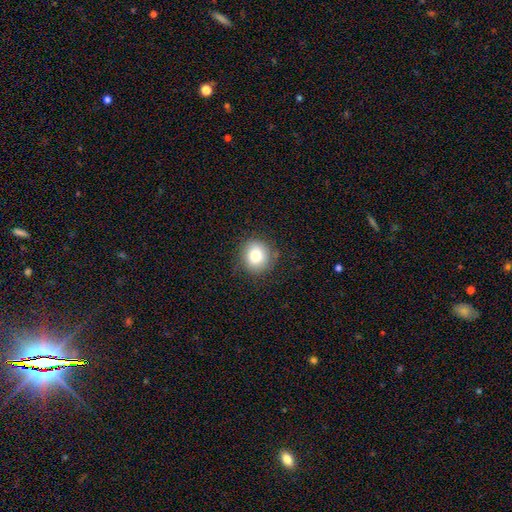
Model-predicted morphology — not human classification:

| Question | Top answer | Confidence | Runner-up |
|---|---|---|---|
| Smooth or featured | smooth | 80% | star or artifact (10%) |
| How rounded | round | 83% | in between (16%) |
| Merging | none | 83% | minor disturbance (12%) |